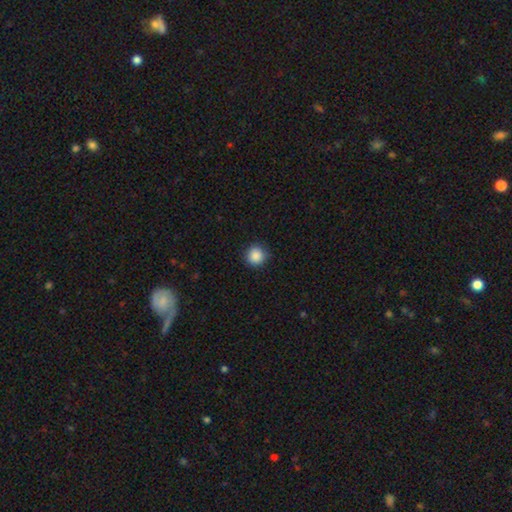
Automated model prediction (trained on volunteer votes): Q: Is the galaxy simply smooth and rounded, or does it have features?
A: smooth — 88%.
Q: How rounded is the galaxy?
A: round — 94%.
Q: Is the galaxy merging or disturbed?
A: none — 90%.